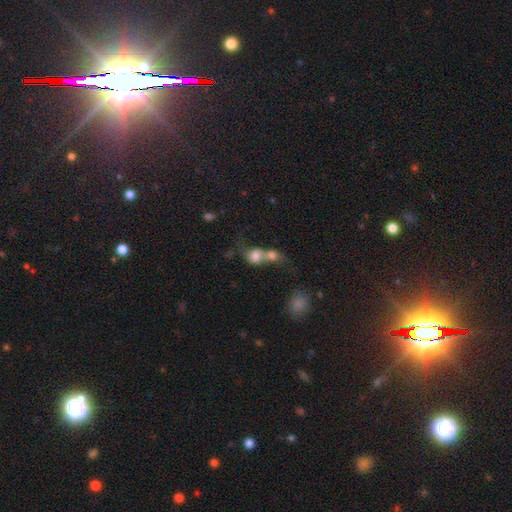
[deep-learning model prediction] smooth 71%, featured or disk 18%, star or artifact 11%. Down the decision tree: how rounded — round (60%); merging — merger (78%).